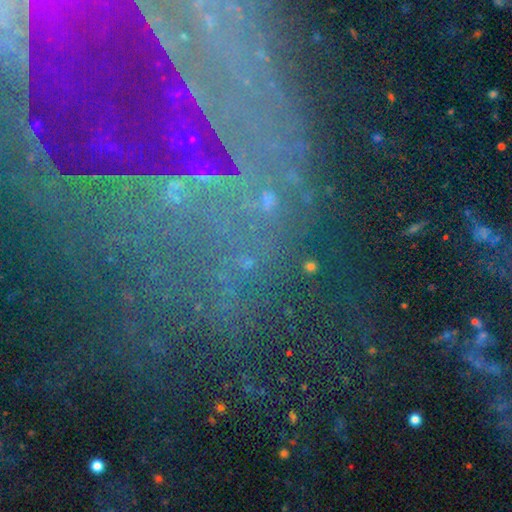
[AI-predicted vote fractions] This is likely a star or artifact rather than a galaxy (62%).